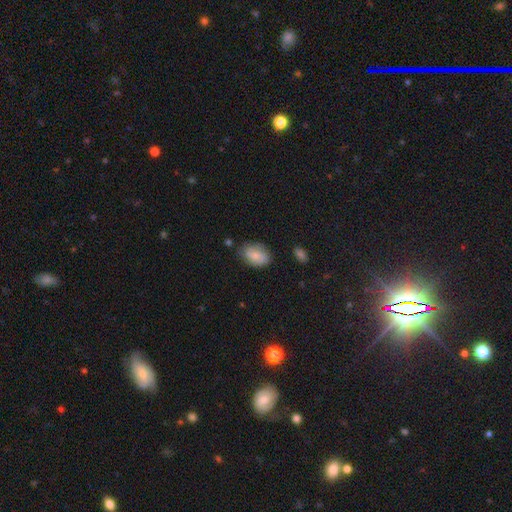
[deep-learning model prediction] A smooth galaxy with no disk features (74%) that is in between round and cigar-shaped (85%).

Vote fractions:
- Smooth or featured? smooth: 74% / featured or disk: 19% / star or artifact: 7%
- How rounded? in between: 85% / round: 13% / cigar-shaped: 2%
- Merging? none: 72% / minor disturbance: 21% / major disturbance: 4% / merger: 3%